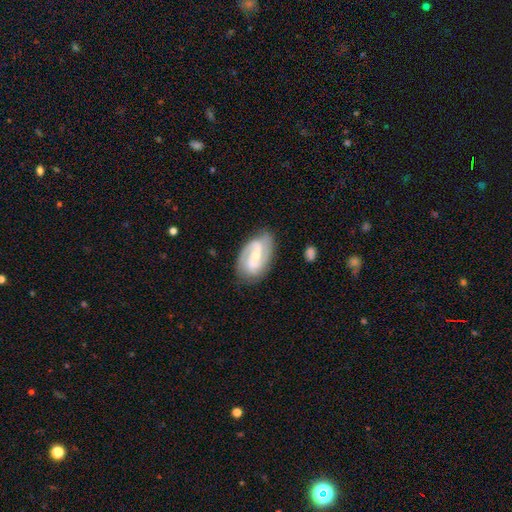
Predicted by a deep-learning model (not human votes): A featured or disk galaxy (83%) with a weak bar (42%), 2 (85%) medium (47%) spiral arms (94%) and a small central bulge (53%). Merging: none (77%).